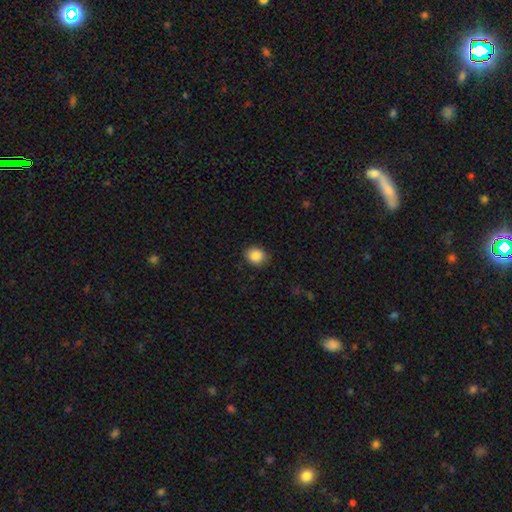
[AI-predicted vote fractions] smooth-or-featured: smooth: 88% | star or artifact: 8% | featured or disk: 4%
  how-rounded: round: 60% | in between: 39% | cigar-shaped: 1%
  merging: none: 84% | minor disturbance: 12% | major disturbance: 3% | merger: 1%